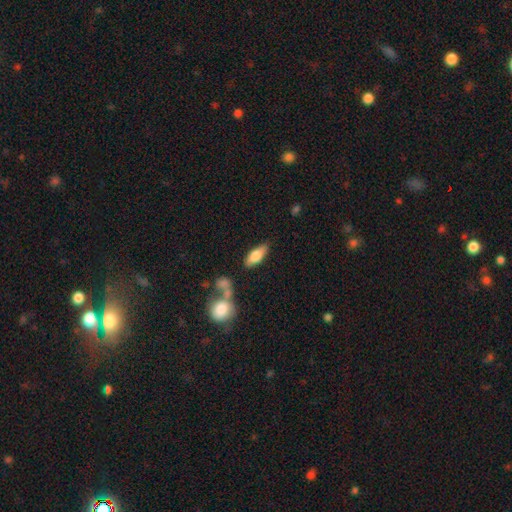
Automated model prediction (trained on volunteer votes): The model was most divided on "how rounded": in between: 72%, cigar-shaped: 25%, round: 3%. More confident: merging — none (77%); smooth or featured — smooth (72%).